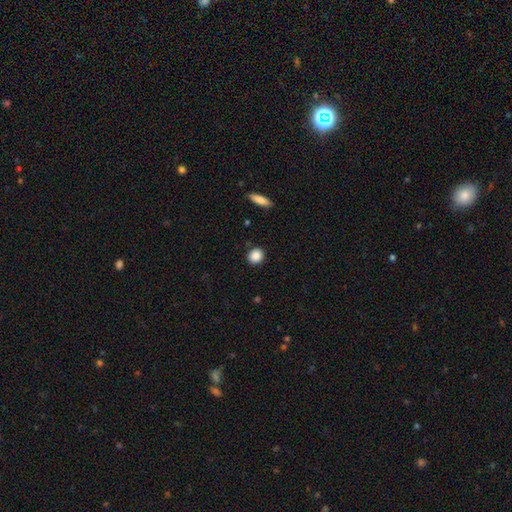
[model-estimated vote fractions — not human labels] A smooth galaxy with no disk features (88%) that is round (84%).

Vote fractions:
- Smooth or featured? smooth: 88% / star or artifact: 9% / featured or disk: 3%
- How rounded? round: 84% / in between: 15% / cigar-shaped: 1%
- Merging? none: 90% / minor disturbance: 6% / major disturbance: 2% / merger: 1%